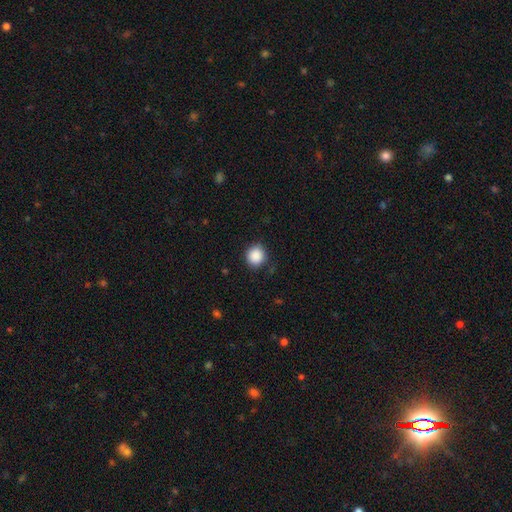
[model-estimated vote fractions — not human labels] Morphology: type=smooth (88%); roundness=round (89%); merging=none (87%).